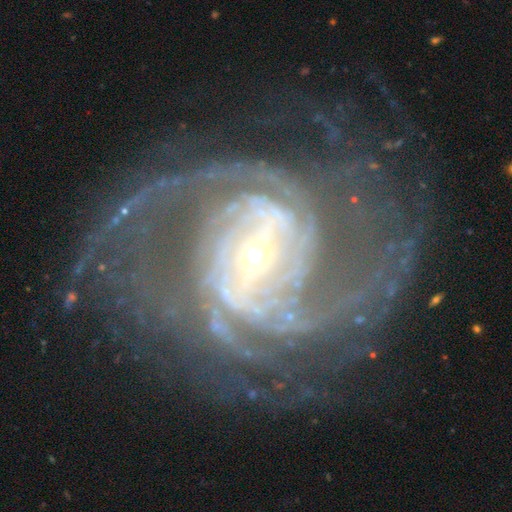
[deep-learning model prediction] A featured or disk galaxy (92%) with a strong bar (51%), 2 (39%) medium (46%) spiral arms (98%) and a small central bulge (72%). Merging: none (69%).